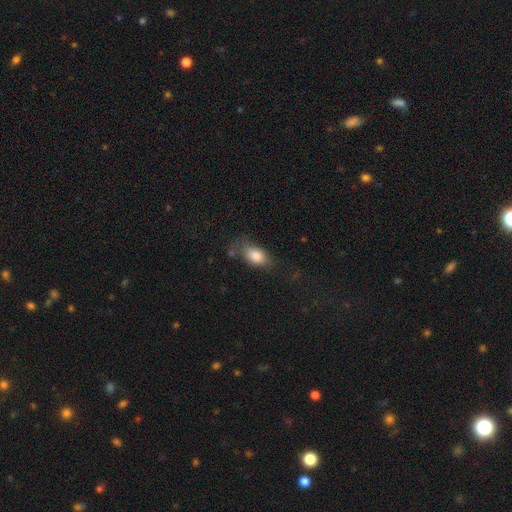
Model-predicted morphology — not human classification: Smooth or featured? Predicted: smooth (p=0.81). How rounded? Predicted: in between (p=0.86). Merging? Predicted: none (p=0.53).